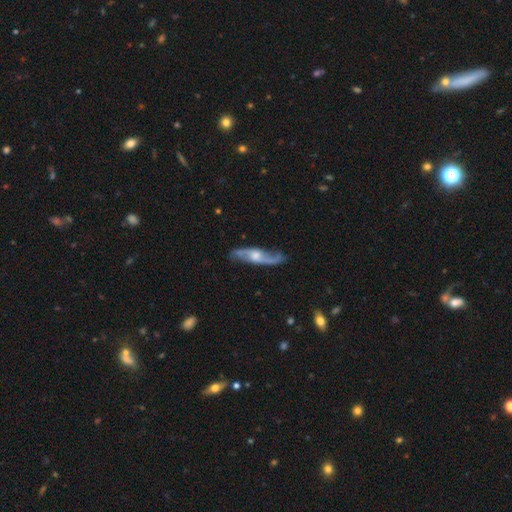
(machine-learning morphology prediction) smooth_or_featured: featured or disk (p=0.83) [alt: smooth p=0.12]
disk_edge_on: no (p=0.78) [alt: yes p=0.22]
bar: no (p=0.54) [alt: weak p=0.38]
has_spiral_arms: yes (p=0.95) [alt: no p=0.05]
spiral_winding: loose (p=0.58) [alt: medium p=0.33]
spiral_arm_count: 2 (p=0.90) [alt: can't tell p=0.05]
bulge_size: moderate (p=0.60) [alt: small p=0.23]
merging: none (p=0.79) [alt: minor disturbance p=0.15]